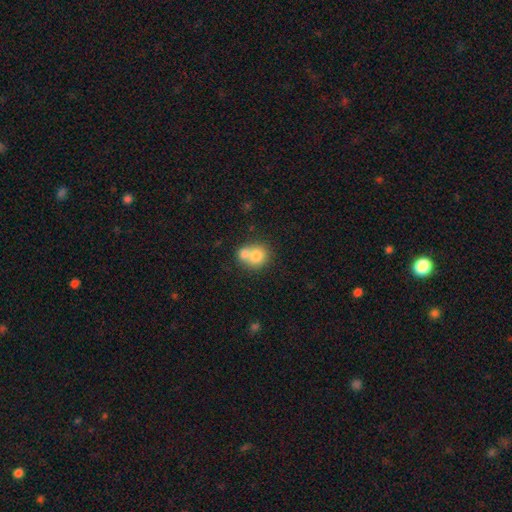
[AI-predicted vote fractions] Smooth or featured? Predicted: smooth (p=0.76). How rounded? Predicted: round (p=0.75). Merging? Predicted: merger (p=0.58).